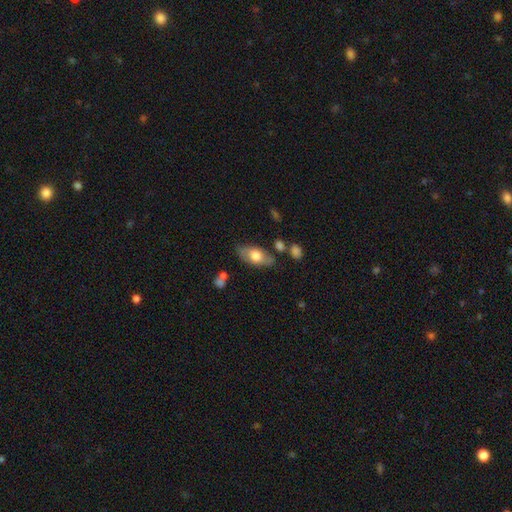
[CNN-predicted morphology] type=smooth (61%); roundness=in between (89%); merging=none (72%).